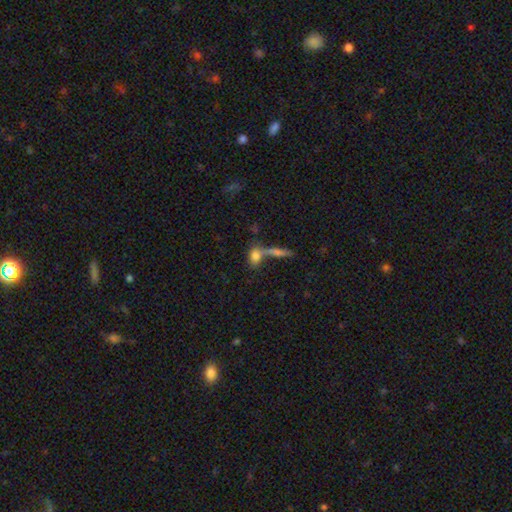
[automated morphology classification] type=smooth (71%); roundness=in between (61%); merging=merger (43%).